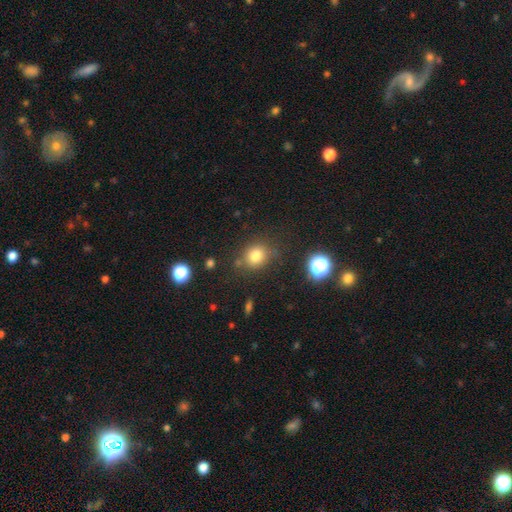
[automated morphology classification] This appears to be a smooth galaxy with no disk features (79%) that is round (76%). Merging: none (76%).